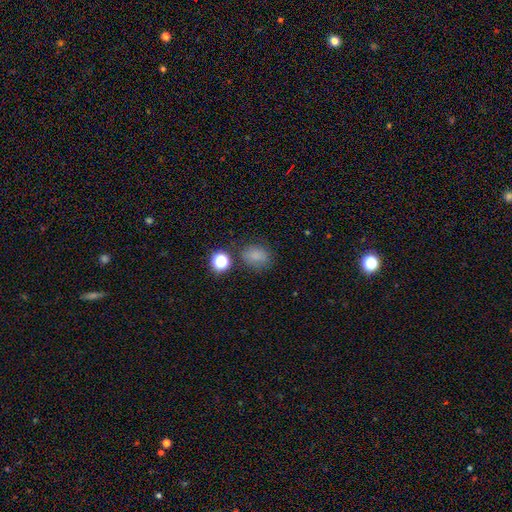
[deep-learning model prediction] Morphology: type=smooth (78%); roundness=round (52%); merging=none (74%).